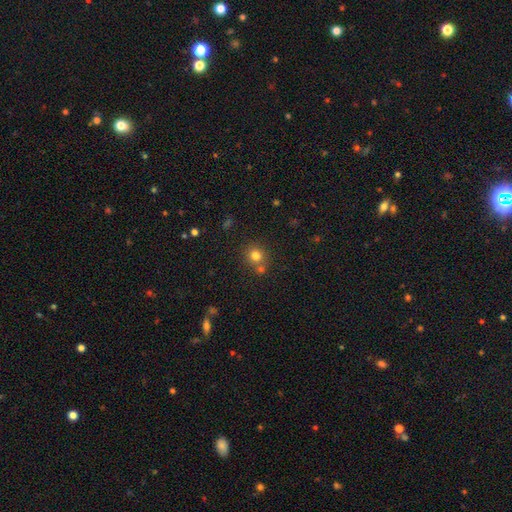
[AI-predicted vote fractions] Smooth or featured?
  - smooth: 78% *
  - star or artifact: 15%
  - featured or disk: 8%
How rounded?
  - round: 89% *
  - in between: 10%
  - cigar-shaped: 1%
Merging?
  - none: 67% *
  - merger: 22%
  - minor disturbance: 8%
  - major disturbance: 3%